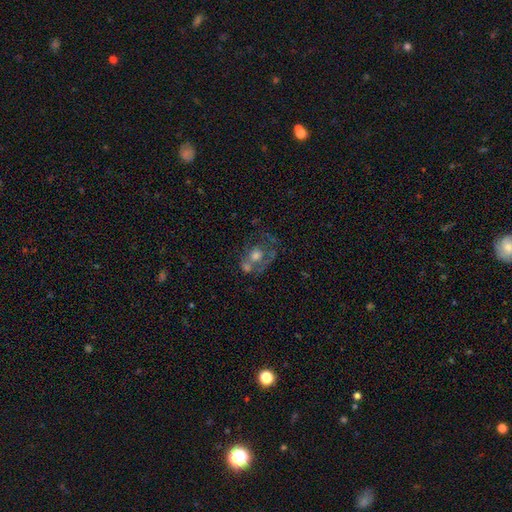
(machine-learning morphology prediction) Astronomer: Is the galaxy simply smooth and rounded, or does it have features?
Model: featured or disk — 53% (runner-up: smooth, 34%).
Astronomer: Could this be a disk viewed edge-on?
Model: no — 96%.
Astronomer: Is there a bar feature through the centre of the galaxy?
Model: no — 87%.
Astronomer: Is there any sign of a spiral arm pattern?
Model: no — 69%.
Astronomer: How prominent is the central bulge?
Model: moderate — 58%.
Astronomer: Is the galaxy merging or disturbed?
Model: merger — 34% (runner-up: none, 33%).